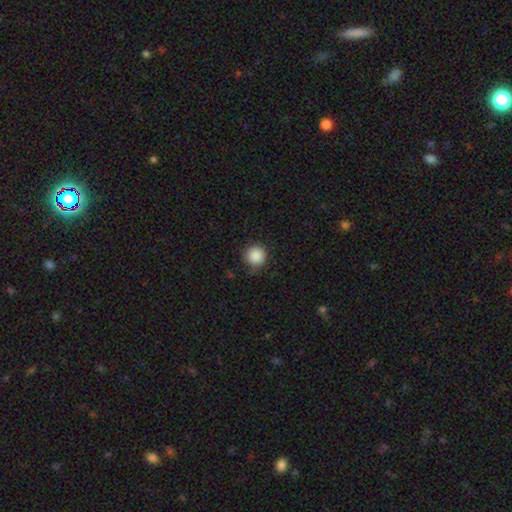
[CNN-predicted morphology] Smooth or featured?
  - smooth: 88% *
  - star or artifact: 9%
  - featured or disk: 3%
How rounded?
  - round: 95% *
  - in between: 4%
  - cigar-shaped: 1%
Merging?
  - none: 82% *
  - minor disturbance: 13%
  - major disturbance: 3%
  - merger: 1%